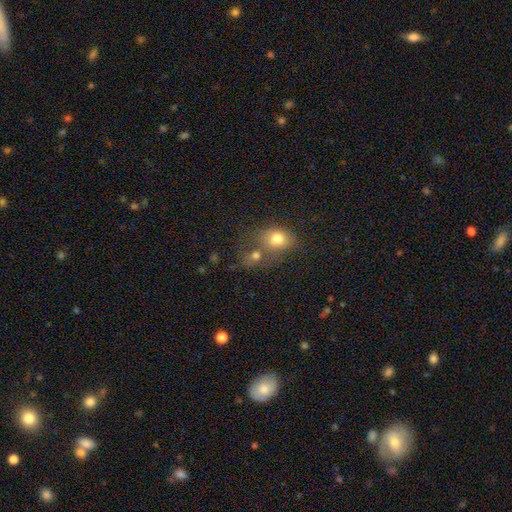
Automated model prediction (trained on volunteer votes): Smooth or featured? Predicted: smooth (p=0.71). How rounded? Predicted: round (p=0.58). Merging? Predicted: merger (p=0.45).